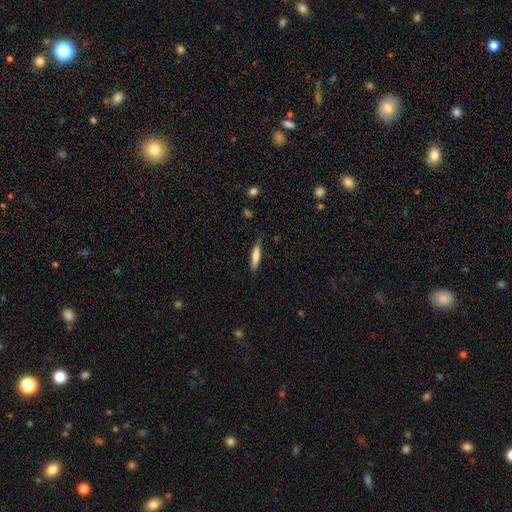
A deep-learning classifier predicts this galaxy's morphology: smooth-or-featured: smooth: 75% | featured or disk: 19% | star or artifact: 6%
  how-rounded: cigar-shaped: 83% | in between: 15% | round: 1%
  merging: none: 80% | minor disturbance: 16% | major disturbance: 3% | merger: 1%